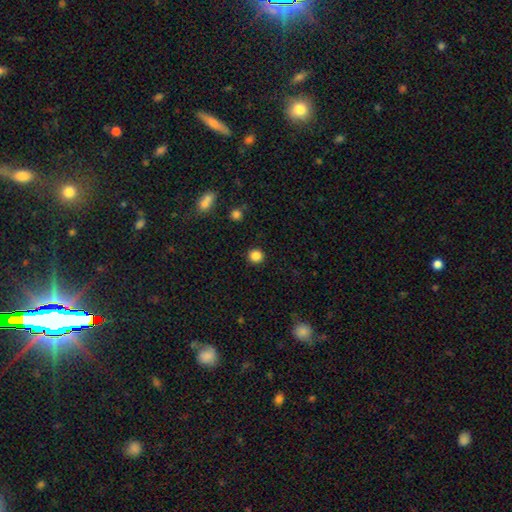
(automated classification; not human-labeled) This appears to be a smooth galaxy with no disk features (85%) that is round (93%). Merging: none (92%).